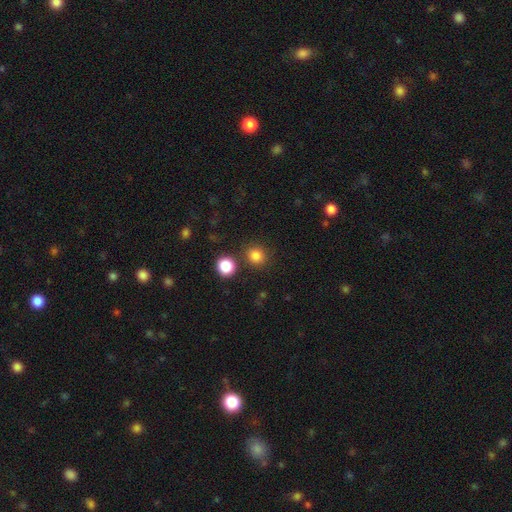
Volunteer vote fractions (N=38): Smooth or featured: smooth — 87% (star or artifact — 8%)
How rounded: round — 88% (in between — 12%)
Merging: none — 94% (minor disturbance — 6%)